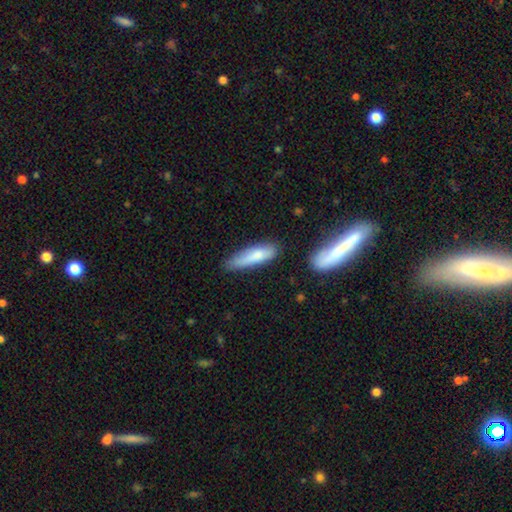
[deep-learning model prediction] Smooth or featured? Predicted: smooth (p=0.75). How rounded? Predicted: cigar-shaped (p=0.70). Merging? Predicted: none (p=0.62).